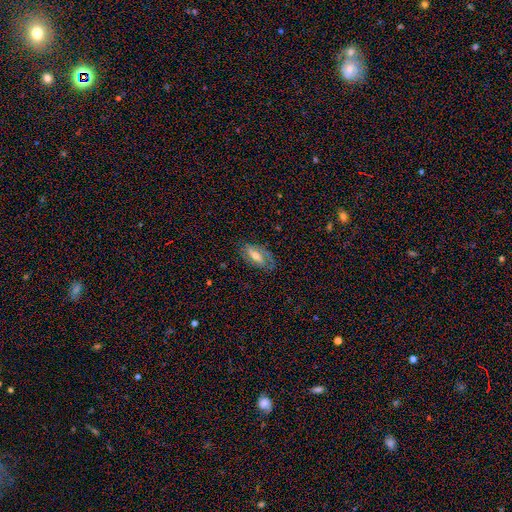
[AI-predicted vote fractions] Morphology: type=featured or disk (52%); edge-on=no (83%); merging=none (73%).